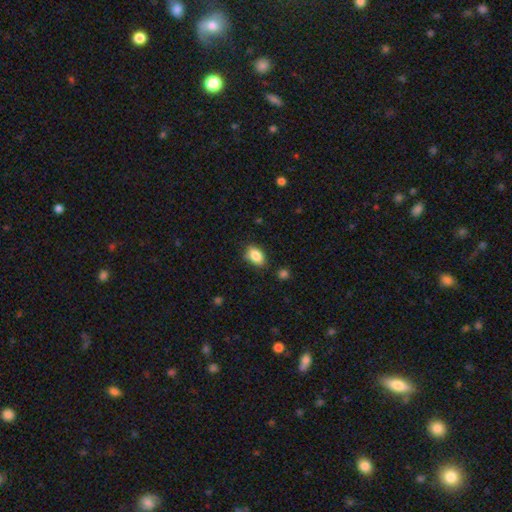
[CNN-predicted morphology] Smooth or featured? Predicted: smooth (p=0.87). How rounded? Predicted: in between (p=0.88). Merging? Predicted: none (p=0.79).